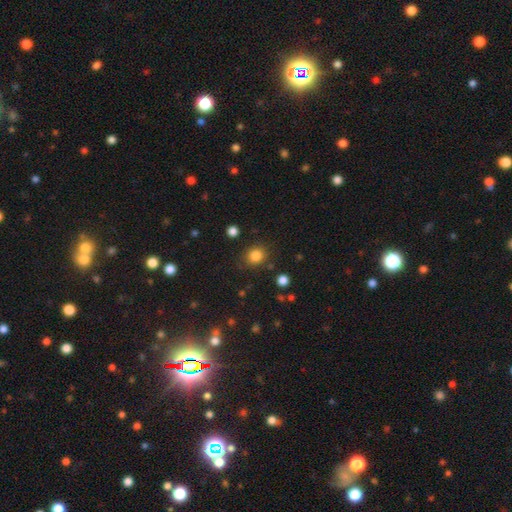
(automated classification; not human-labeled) smooth-or-featured: smooth: 84% | star or artifact: 12% | featured or disk: 5%
  how-rounded: round: 78% | in between: 22% | cigar-shaped: 1%
  merging: none: 84% | minor disturbance: 10% | major disturbance: 3% | merger: 3%